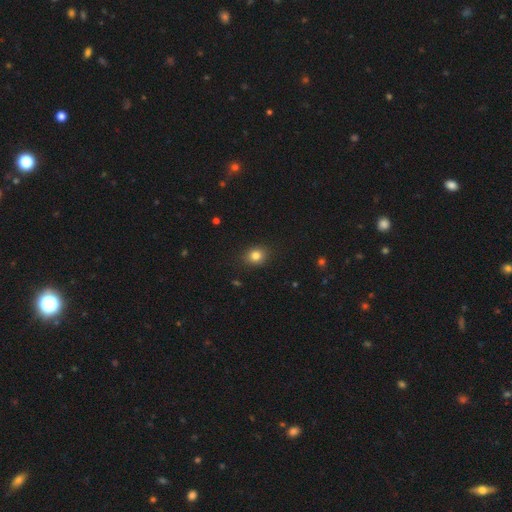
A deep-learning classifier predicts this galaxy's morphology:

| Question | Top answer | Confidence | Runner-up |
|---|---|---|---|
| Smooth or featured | smooth | 83% | star or artifact (11%) |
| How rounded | round | 63% | in between (36%) |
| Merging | none | 88% | minor disturbance (9%) |